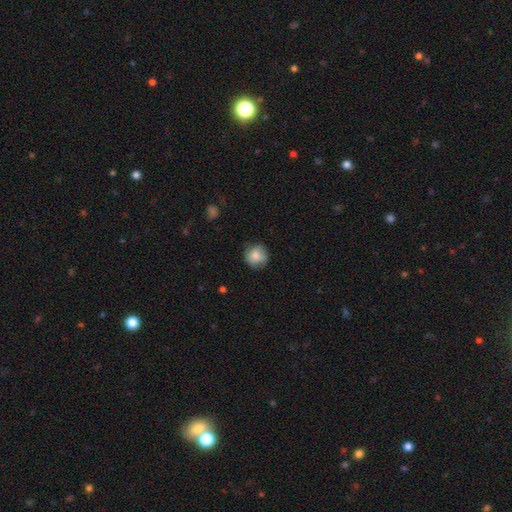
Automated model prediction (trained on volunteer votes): A smooth galaxy with no disk features (78%) that is round (88%).

Vote fractions:
- Smooth or featured? smooth: 78% / featured or disk: 14% / star or artifact: 8%
- How rounded? round: 88% / in between: 11% / cigar-shaped: 1%
- Merging? none: 76% / minor disturbance: 18% / major disturbance: 5% / merger: 1%